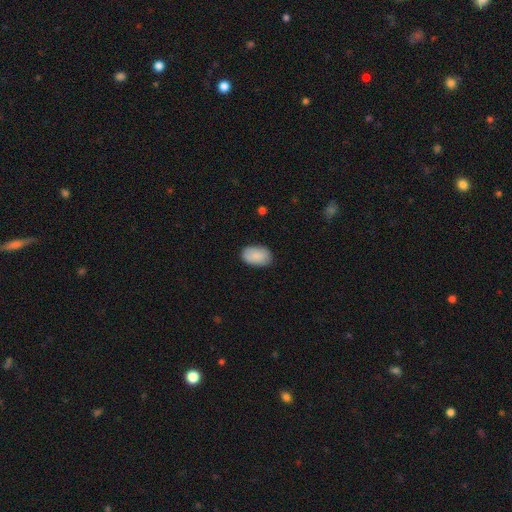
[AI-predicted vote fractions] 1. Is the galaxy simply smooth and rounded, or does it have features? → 88% smooth, 6% star or artifact, 6% featured or disk.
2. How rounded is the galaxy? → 92% in between, 7% round, 1% cigar-shaped.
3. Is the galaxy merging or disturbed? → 83% none, 13% minor disturbance, 3% major disturbance, 1% merger.